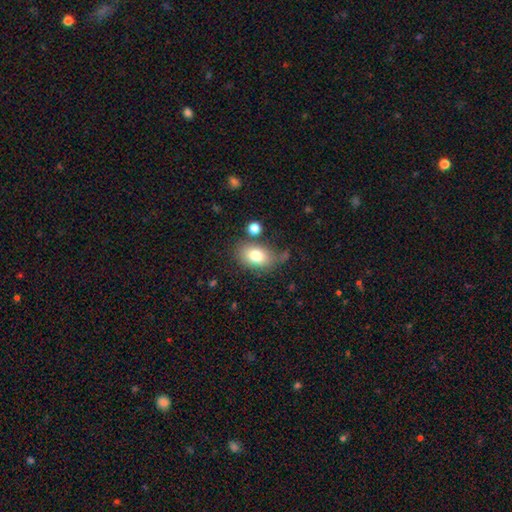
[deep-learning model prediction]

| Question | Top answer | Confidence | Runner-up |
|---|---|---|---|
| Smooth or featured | smooth | 79% | featured or disk (12%) |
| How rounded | in between | 85% | round (14%) |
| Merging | none | 66% | minor disturbance (19%) |